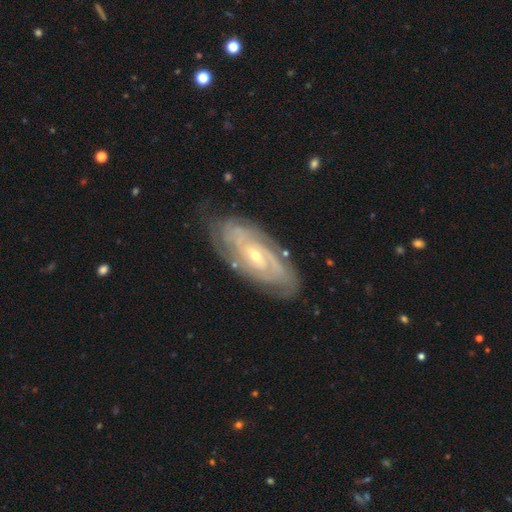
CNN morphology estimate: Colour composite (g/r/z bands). It shows a featured or disk galaxy (88%) with no bar (48%), tight (75%) spiral arms (96%) and a small central bulge (62%). Merging: none (76%).